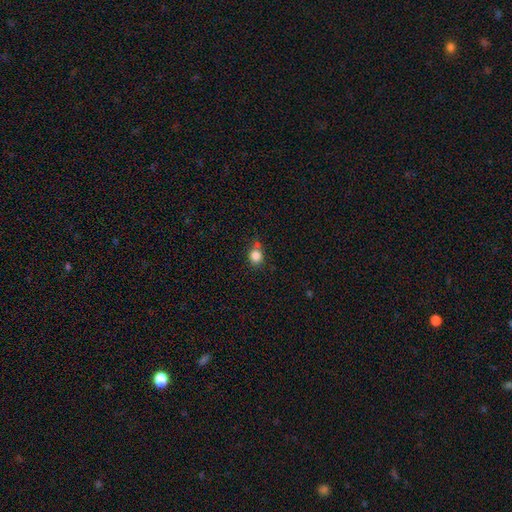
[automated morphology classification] This appears to be a smooth galaxy with no disk features (83%) that is round (80%). Merging: none (59%).